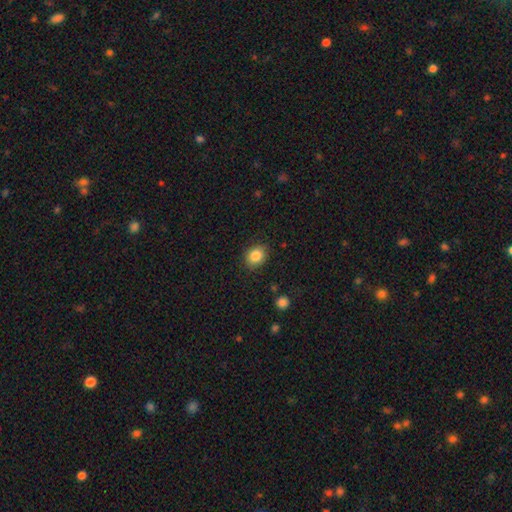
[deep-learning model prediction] Q: Smooth or featured?
A: smooth (85%); runner-up: star or artifact (9%)
Q: How rounded?
A: round (51%); runner-up: in between (48%)
Q: Merging?
A: none (86%); runner-up: minor disturbance (10%)